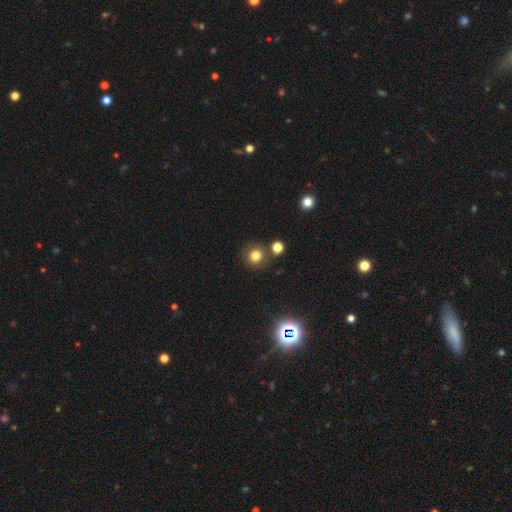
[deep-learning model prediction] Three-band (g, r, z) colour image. It shows a smooth galaxy with no disk features (78%) that is round (89%). Merging: none (77%).